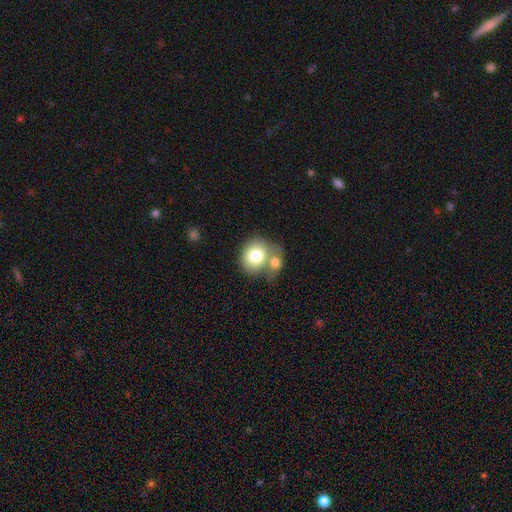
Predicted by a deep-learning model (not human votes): smooth-or-featured: smooth: 77% | featured or disk: 15% | star or artifact: 8%
  how-rounded: round: 67% | in between: 32% | cigar-shaped: 1%
  merging: merger: 48% | none: 36% | minor disturbance: 11% | major disturbance: 5%